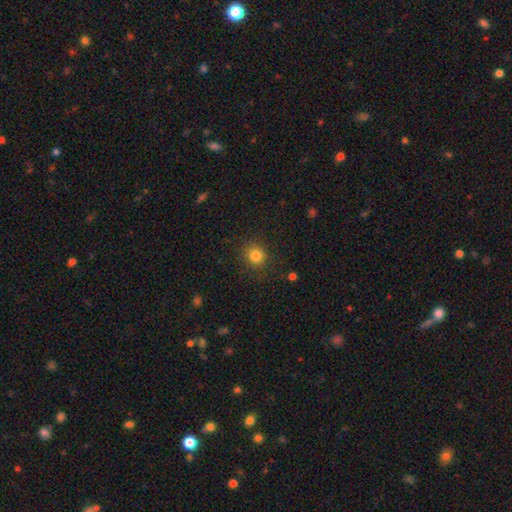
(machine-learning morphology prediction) smooth_or_featured: smooth (p=0.82) [alt: star or artifact p=0.13]
how_rounded: round (p=0.88) [alt: in between p=0.11]
merging: none (p=0.85) [alt: minor disturbance p=0.10]